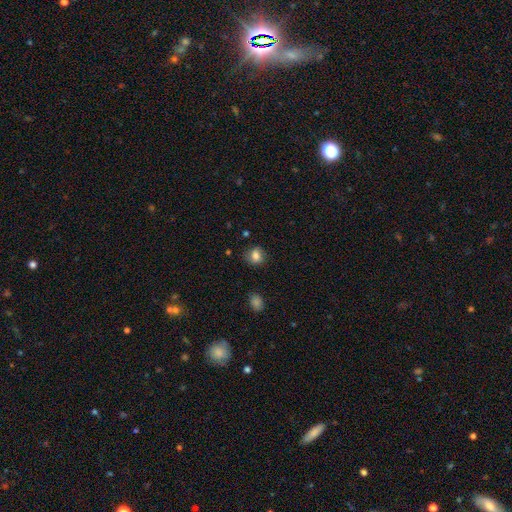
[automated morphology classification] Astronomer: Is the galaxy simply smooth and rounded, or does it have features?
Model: smooth — 80%.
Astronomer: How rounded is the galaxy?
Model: round — 61% (runner-up: in between, 38%).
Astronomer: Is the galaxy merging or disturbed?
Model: none — 74%.